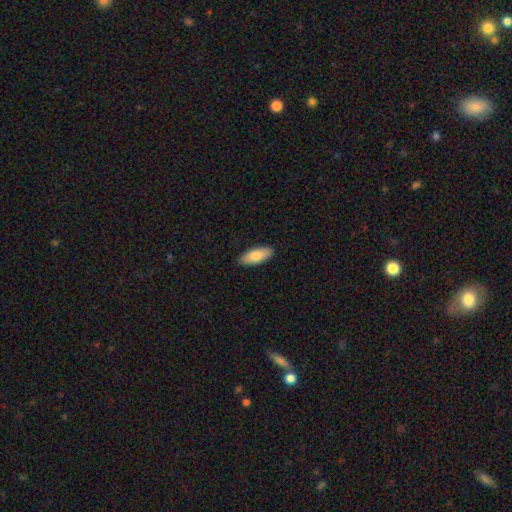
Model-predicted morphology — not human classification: Smooth or featured?
  - smooth: 80% *
  - featured or disk: 14%
  - star or artifact: 6%
How rounded?
  - in between: 79% *
  - cigar-shaped: 19%
  - round: 2%
Merging?
  - none: 90% *
  - minor disturbance: 8%
  - major disturbance: 2%
  - merger: 1%